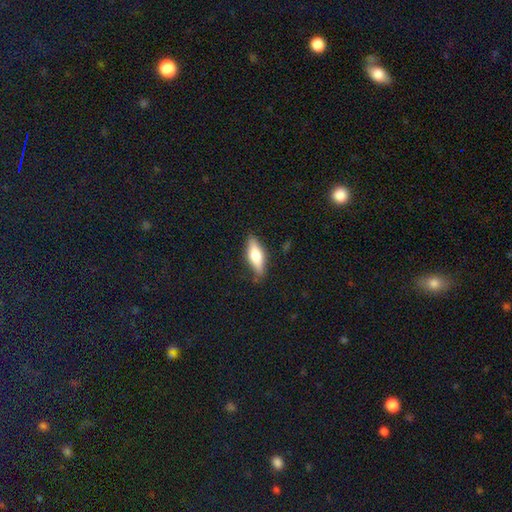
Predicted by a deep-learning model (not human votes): This appears to be a smooth galaxy with no disk features (59%) that is in between round and cigar-shaped (58%). Merging: none (81%).